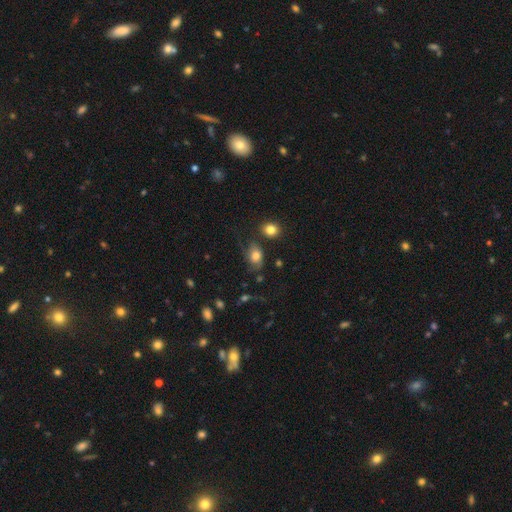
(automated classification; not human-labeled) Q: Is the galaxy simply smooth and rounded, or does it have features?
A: smooth — 69%.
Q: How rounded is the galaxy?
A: in between — 70%.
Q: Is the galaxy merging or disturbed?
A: none — 52%.